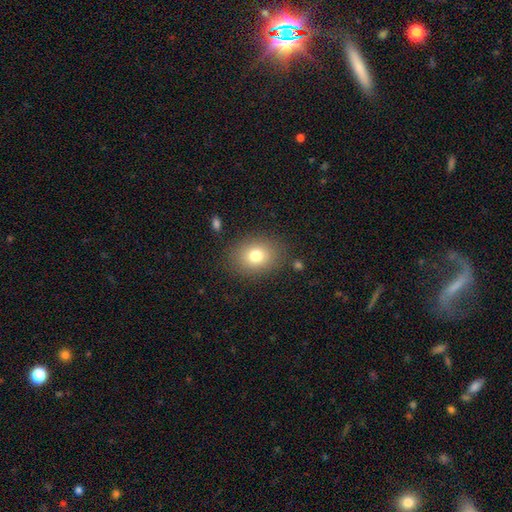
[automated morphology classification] This is likely a smooth galaxy (78%). How rounded: possibly in between (54%). Merging: clearly none (84%).